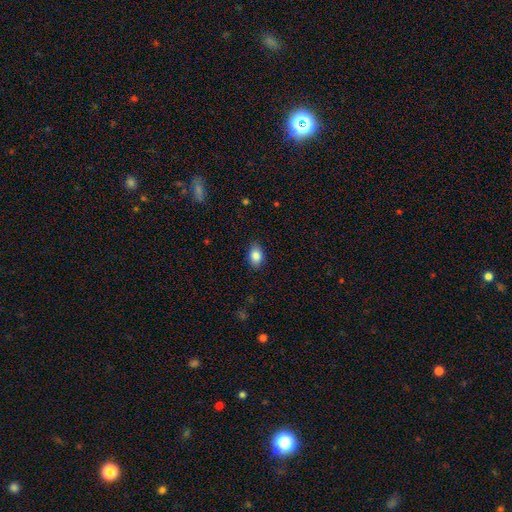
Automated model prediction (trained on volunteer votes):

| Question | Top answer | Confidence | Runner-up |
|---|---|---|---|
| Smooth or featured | smooth | 87% | star or artifact (8%) |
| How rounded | in between | 84% | round (14%) |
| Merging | none | 86% | minor disturbance (11%) |